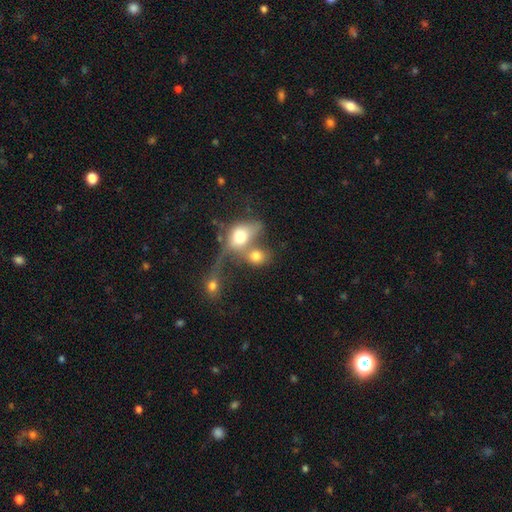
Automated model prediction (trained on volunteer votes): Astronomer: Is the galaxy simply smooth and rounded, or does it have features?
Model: smooth — 68%.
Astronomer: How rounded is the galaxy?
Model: in between — 54% (runner-up: round, 44%).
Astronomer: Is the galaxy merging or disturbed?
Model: merger — 66%.